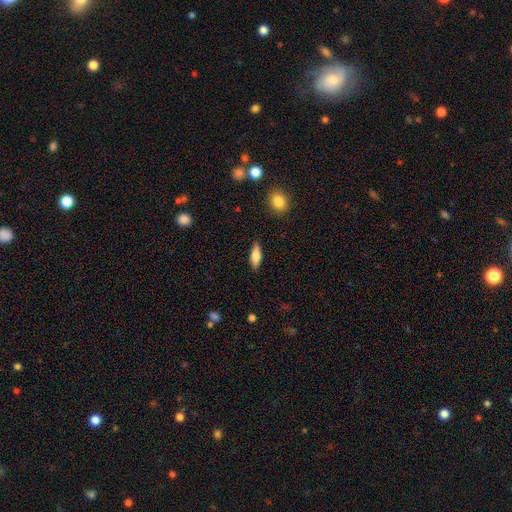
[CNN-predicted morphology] This appears to be a smooth galaxy with no disk features (72%) that is in between round and cigar-shaped (64%). Merging: none (88%).